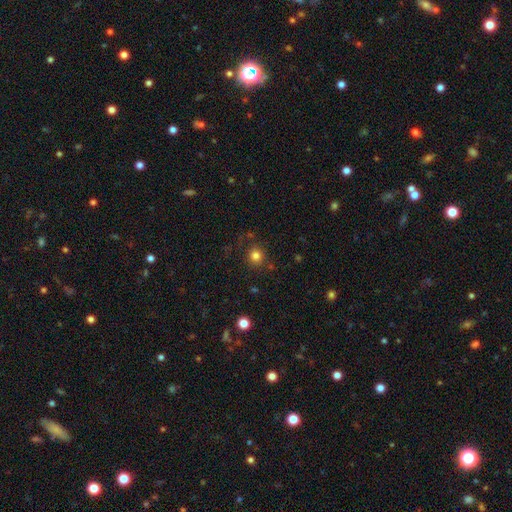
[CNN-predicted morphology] This appears to be a smooth galaxy with no disk features (80%) that is round (91%). Merging: none (83%).